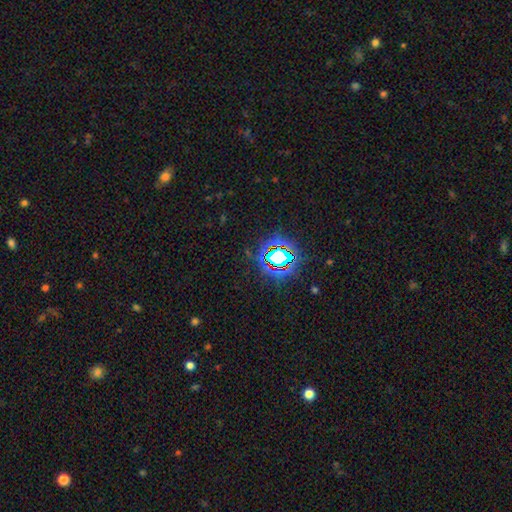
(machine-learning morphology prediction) Smooth or featured? Predicted: star or artifact (p=0.80).